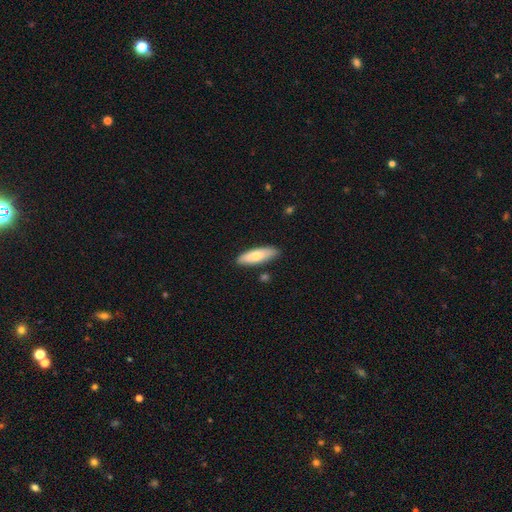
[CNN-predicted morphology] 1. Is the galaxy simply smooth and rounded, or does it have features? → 74% smooth, 21% featured or disk, 5% star or artifact.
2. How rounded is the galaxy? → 52% in between, 46% cigar-shaped, 2% round.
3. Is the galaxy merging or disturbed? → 86% none, 10% minor disturbance, 2% merger, 2% major disturbance.